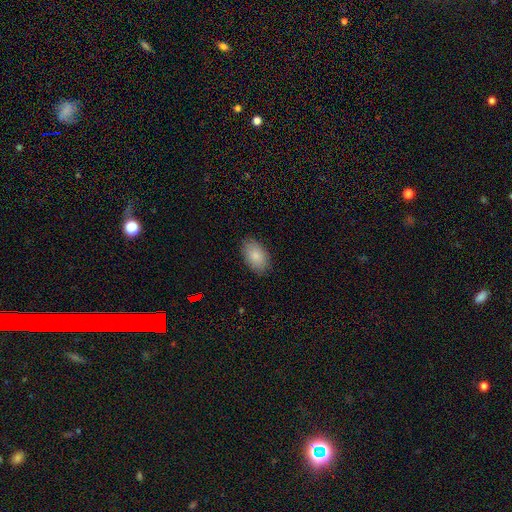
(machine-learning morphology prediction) Smooth or featured?
  - smooth: 86% *
  - featured or disk: 7%
  - star or artifact: 7%
How rounded?
  - in between: 93% *
  - round: 6%
  - cigar-shaped: 1%
Merging?
  - none: 86% *
  - minor disturbance: 11%
  - major disturbance: 2%
  - merger: 1%